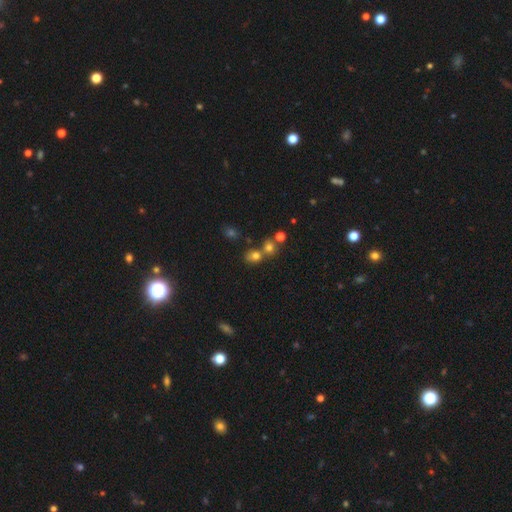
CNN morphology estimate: Smooth or featured?
  - smooth: 70% *
  - star or artifact: 19%
  - featured or disk: 11%
How rounded?
  - round: 65% *
  - in between: 34%
  - cigar-shaped: 1%
Merging?
  - none: 47% *
  - merger: 41%
  - minor disturbance: 9%
  - major disturbance: 4%